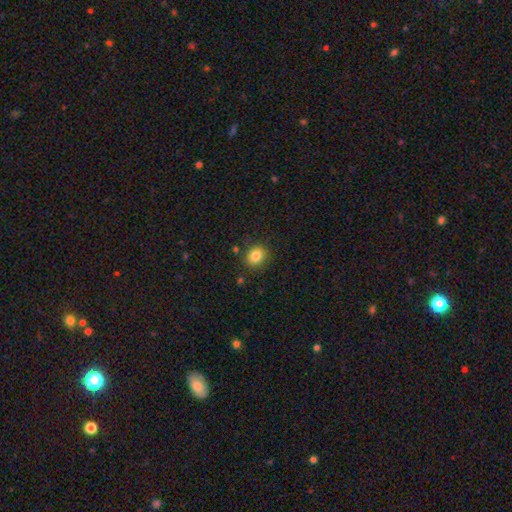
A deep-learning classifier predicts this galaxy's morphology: Q: Smooth or featured?
A: smooth (84%); runner-up: star or artifact (11%)
Q: How rounded?
A: round (68%); runner-up: in between (31%)
Q: Merging?
A: none (85%); runner-up: minor disturbance (10%)